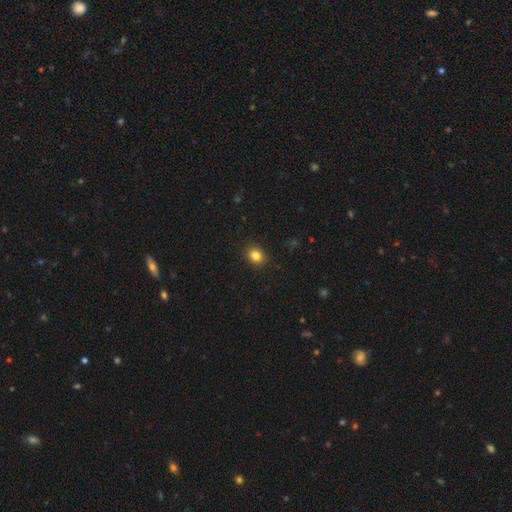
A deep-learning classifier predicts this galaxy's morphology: Smooth or featured: smooth — 83% (star or artifact — 11%)
How rounded: round — 66% (in between — 33%)
Merging: none — 90% (minor disturbance — 7%)